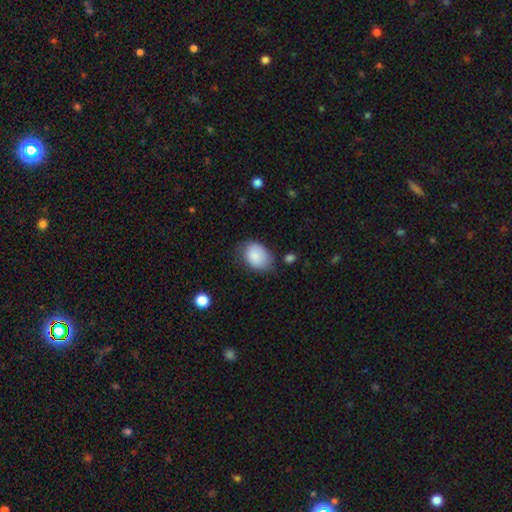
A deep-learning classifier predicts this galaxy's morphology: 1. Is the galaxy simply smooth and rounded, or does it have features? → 87% smooth, 7% star or artifact, 6% featured or disk.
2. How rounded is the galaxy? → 75% in between, 24% round, 1% cigar-shaped.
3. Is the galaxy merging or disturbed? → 64% none, 27% minor disturbance, 7% major disturbance, 3% merger.